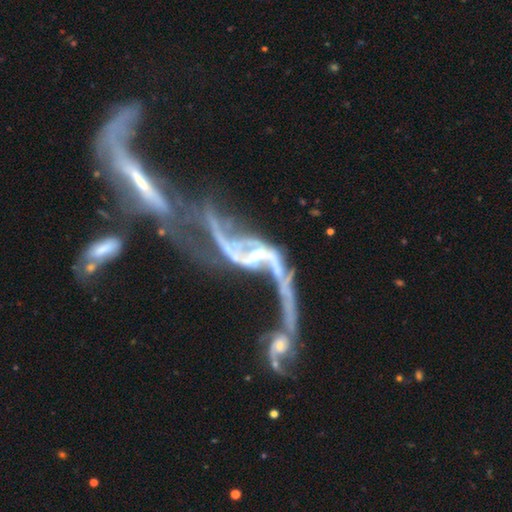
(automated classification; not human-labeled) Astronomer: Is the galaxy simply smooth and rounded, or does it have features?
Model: featured or disk — 86%.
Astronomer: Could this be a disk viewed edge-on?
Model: no — 89%.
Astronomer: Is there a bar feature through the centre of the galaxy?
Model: no — 46% (runner-up: weak, 35%).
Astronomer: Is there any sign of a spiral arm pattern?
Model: yes — 86%.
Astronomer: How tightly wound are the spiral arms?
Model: loose — 88%.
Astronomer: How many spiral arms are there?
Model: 2 — 80%.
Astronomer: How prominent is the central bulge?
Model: small — 52%.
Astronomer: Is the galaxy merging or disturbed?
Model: merger — 69%.